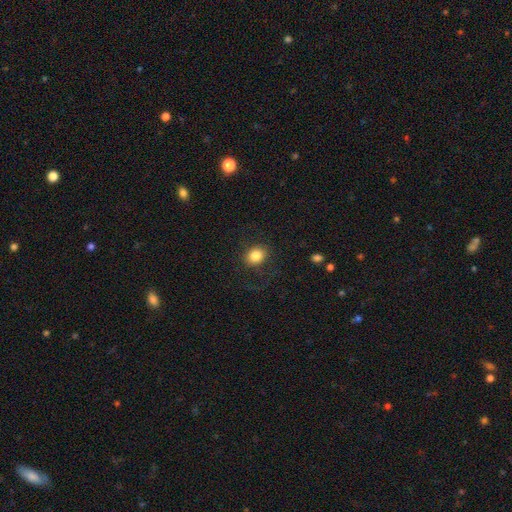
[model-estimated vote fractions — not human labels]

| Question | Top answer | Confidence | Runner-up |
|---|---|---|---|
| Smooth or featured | smooth | 84% | star or artifact (9%) |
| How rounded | round | 57% | in between (42%) |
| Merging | none | 82% | minor disturbance (10%) |